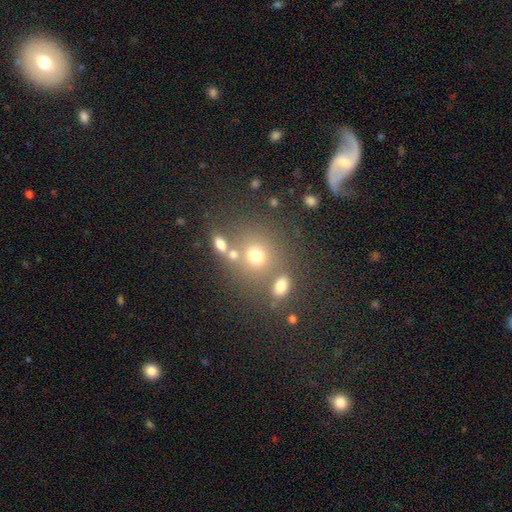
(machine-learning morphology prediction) Smooth or featured: smooth — 69% (star or artifact — 18%)
How rounded: round — 77% (in between — 22%)
Merging: none — 57% (merger — 26%)